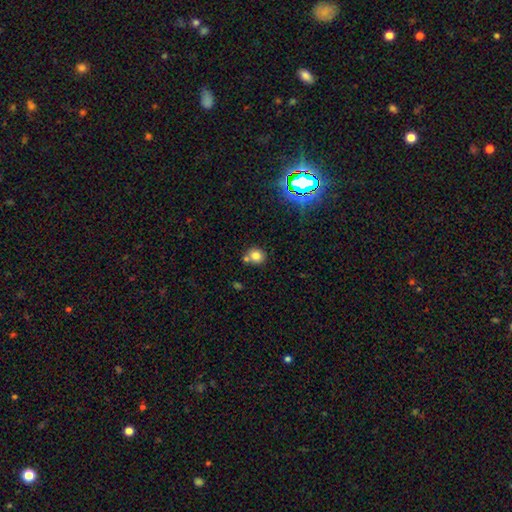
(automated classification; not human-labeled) Morphology: type=smooth (78%); roundness=round (83%); merging=none (65%).